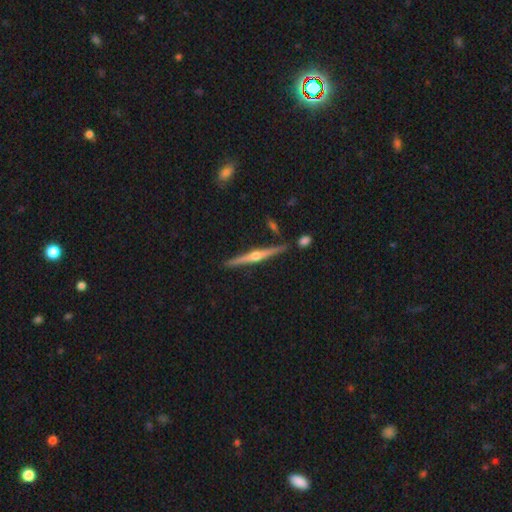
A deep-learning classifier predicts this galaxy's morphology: smooth_or_featured: featured or disk (p=0.83) [alt: smooth p=0.12]
disk_edge_on: yes (p=0.98) [alt: no p=0.02]
edge_on_bulge: rounded (p=0.94) [alt: none p=0.03]
merging: none (p=0.88) [alt: minor disturbance p=0.07]